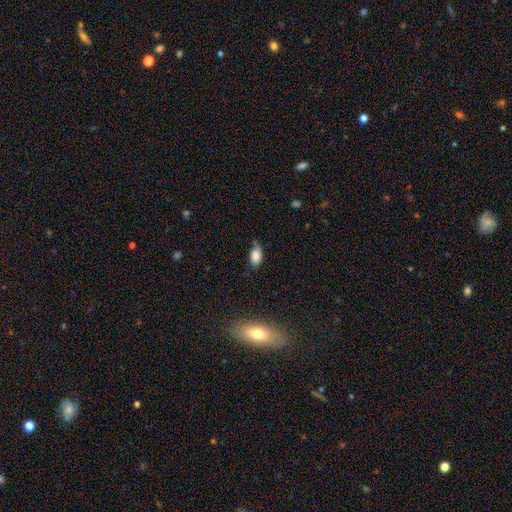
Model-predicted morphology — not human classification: The model was most divided on "merging": none: 64%, minor disturbance: 28%, major disturbance: 5%, merger: 2%. More confident: how rounded — in between (92%); smooth or featured — smooth (84%).